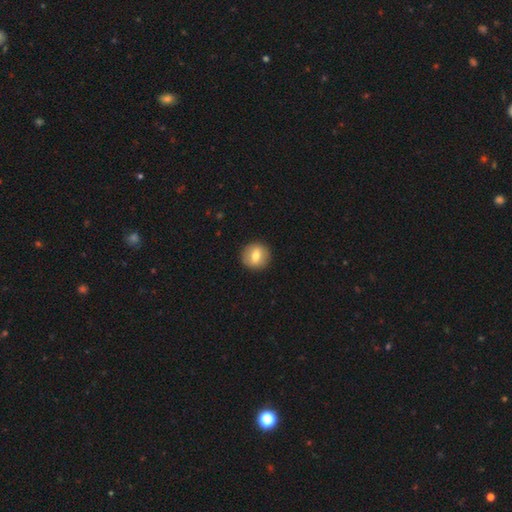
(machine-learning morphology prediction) The model was most divided on "smooth or featured": smooth: 66%, featured or disk: 26%, star or artifact: 8%. More confident: merging — none (91%); how rounded — round (89%).